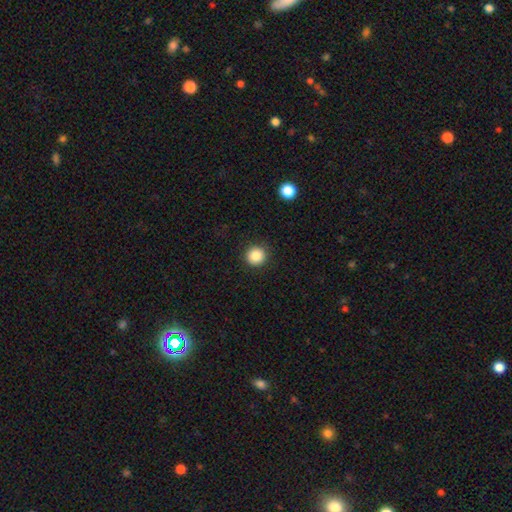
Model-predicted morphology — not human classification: The model was most divided on "smooth or featured": smooth: 86%, star or artifact: 10%, featured or disk: 4%. More confident: how rounded — round (94%); merging — none (92%).